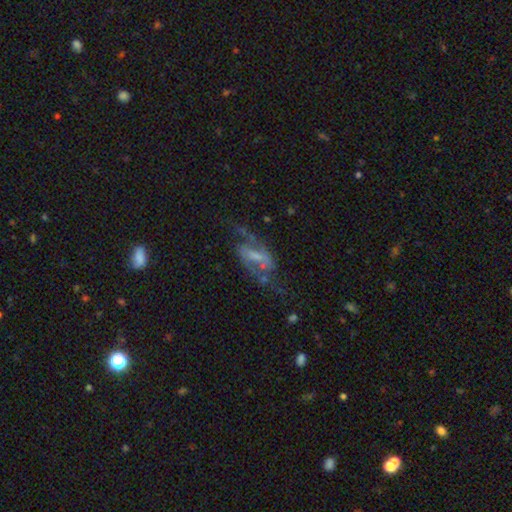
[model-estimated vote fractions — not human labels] Q: Smooth or featured?
A: featured or disk (84%); runner-up: smooth (9%)
Q: Edge-on disk?
A: no (96%); runner-up: yes (4%)
Q: Bar?
A: weak (48%); runner-up: strong (34%)
Q: Spiral arms?
A: yes (93%); runner-up: no (7%)
Q: Spiral winding?
A: medium (45%); runner-up: loose (44%)
Q: Spiral arm count?
A: 2 (90%); runner-up: can't tell (4%)
Q: Bulge size?
A: small (40%); runner-up: moderate (29%)
Q: Merging?
A: none (60%); runner-up: major disturbance (19%)